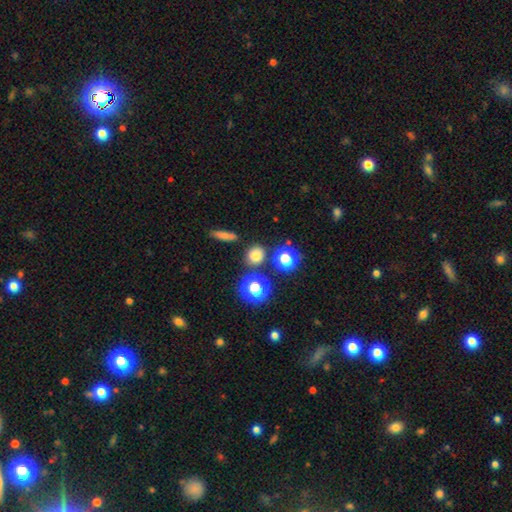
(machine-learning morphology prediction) Smooth or featured? smooth (72%)
How rounded? round (84%)
Merging? none (81%)